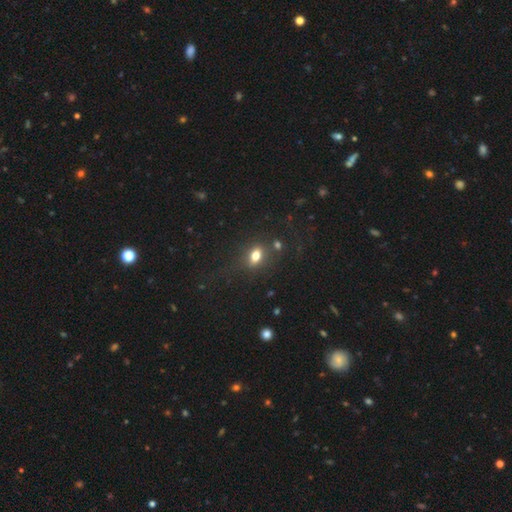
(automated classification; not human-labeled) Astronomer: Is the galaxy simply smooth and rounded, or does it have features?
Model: smooth — 75%.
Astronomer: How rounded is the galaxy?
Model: in between — 72%.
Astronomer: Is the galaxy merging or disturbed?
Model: none — 73%.